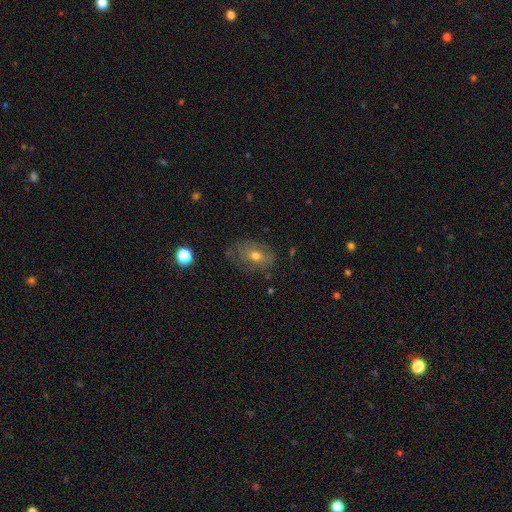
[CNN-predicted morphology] Smooth or featured? Predicted: smooth (p=0.50). How rounded? Predicted: in between (p=0.73). Merging? Predicted: none (p=0.60).